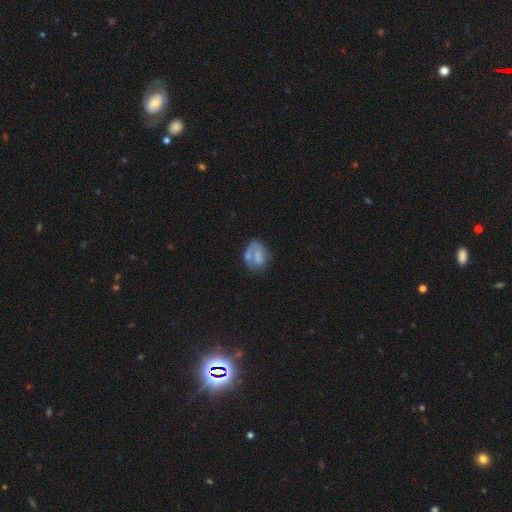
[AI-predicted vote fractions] Smooth or featured? Predicted: smooth (p=0.54). How rounded? Predicted: in between (p=0.64). Merging? Predicted: none (p=0.40).